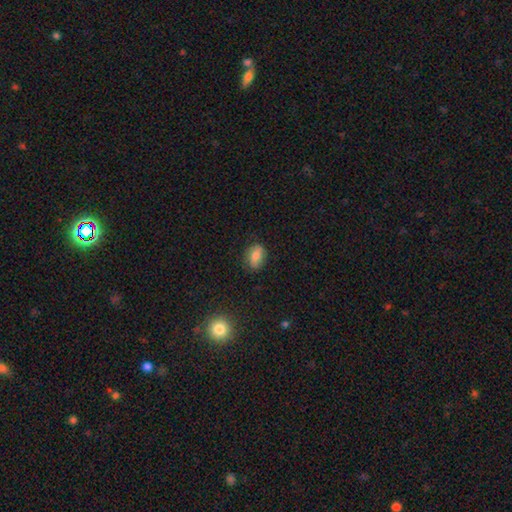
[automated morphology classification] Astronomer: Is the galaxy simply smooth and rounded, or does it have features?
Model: smooth — 77%.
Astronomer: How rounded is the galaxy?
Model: in between — 80%.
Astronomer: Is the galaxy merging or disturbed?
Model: none — 80%.